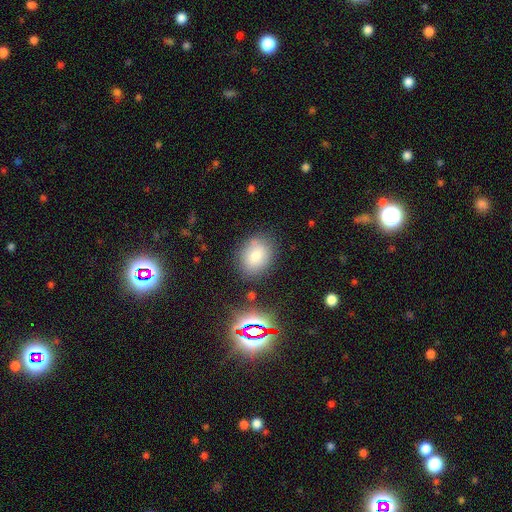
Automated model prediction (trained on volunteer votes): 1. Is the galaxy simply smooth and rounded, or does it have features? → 69% smooth, 19% star or artifact, 12% featured or disk.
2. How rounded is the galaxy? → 58% in between, 41% round, 1% cigar-shaped.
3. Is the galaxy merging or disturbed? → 82% none, 12% minor disturbance, 4% major disturbance, 3% merger.